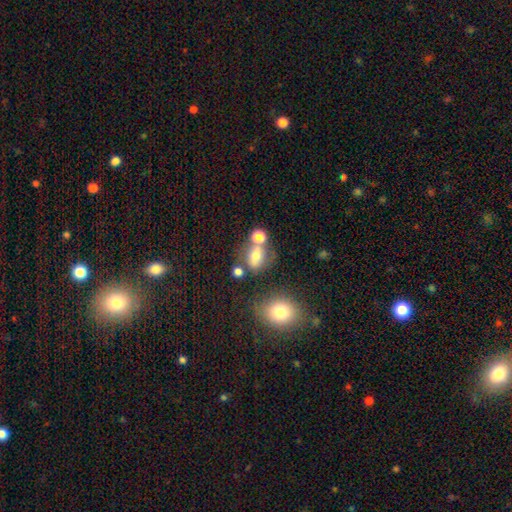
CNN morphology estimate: Smooth or featured: smooth — 66% (featured or disk — 19%)
How rounded: in between — 56% (round — 41%)
Merging: none — 46% (merger — 30%)